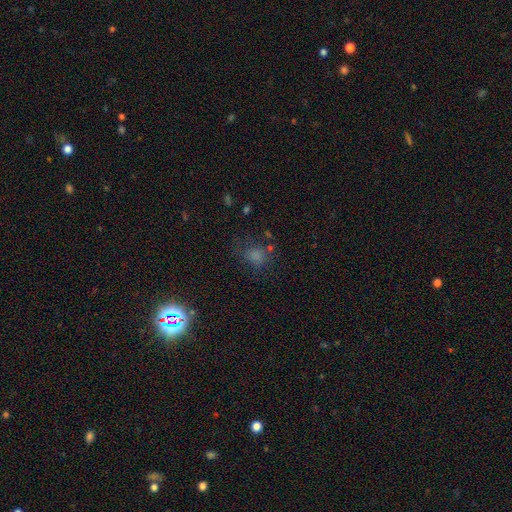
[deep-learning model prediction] Morphology: type=smooth (67%); roundness=round (67%); merging=none (62%).